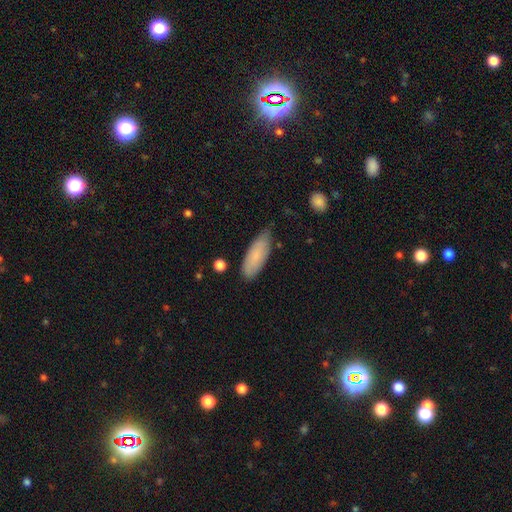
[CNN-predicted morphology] Overall: smooth (82%). How rounded: in between (71%). Merging: none (69%).